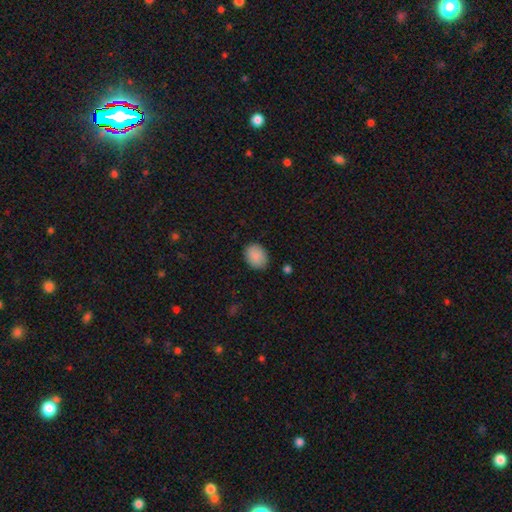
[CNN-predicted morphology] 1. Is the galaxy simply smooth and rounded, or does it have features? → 89% smooth, 7% star or artifact, 4% featured or disk.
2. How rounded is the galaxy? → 61% in between, 38% round, 1% cigar-shaped.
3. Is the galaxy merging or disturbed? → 85% none, 11% minor disturbance, 2% major disturbance, 1% merger.